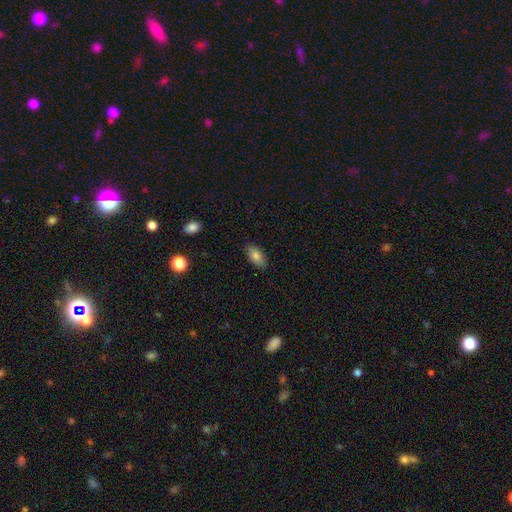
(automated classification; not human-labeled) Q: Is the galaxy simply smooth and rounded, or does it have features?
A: smooth — 81%.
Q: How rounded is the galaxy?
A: in between — 91%.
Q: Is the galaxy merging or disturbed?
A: none — 87%.